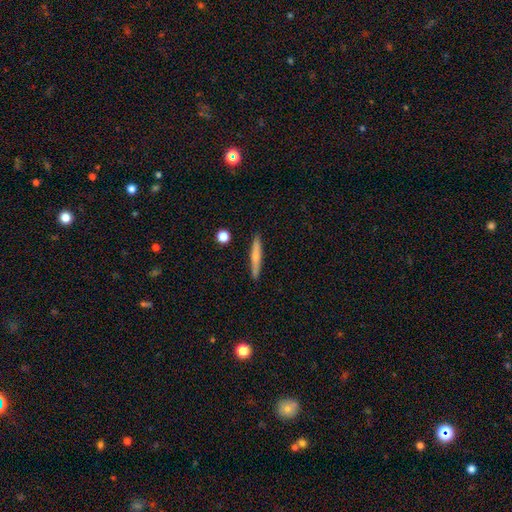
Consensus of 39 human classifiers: This appears to be a smooth galaxy with no disk features (72%) that is cigar-shaped (93%). Merging: none (92%).